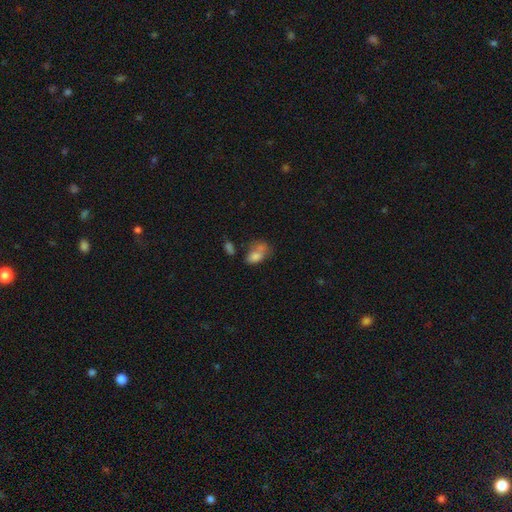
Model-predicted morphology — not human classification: Smooth or featured: smooth — 72% (featured or disk — 17%)
How rounded: in between — 85% (round — 12%)
Merging: merger — 29% (none — 27%)